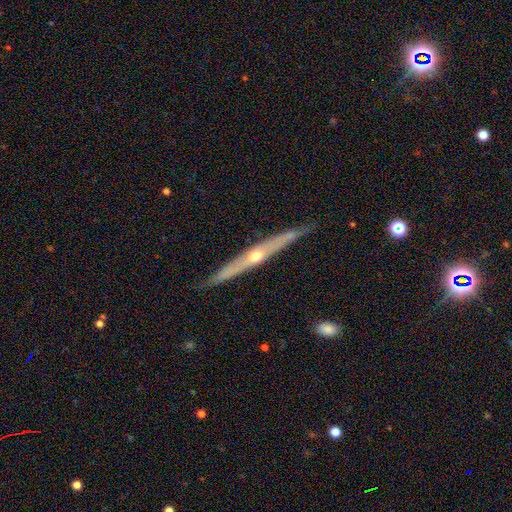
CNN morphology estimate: type=featured or disk (79%); edge-on=yes (96%); edge-on bulge=rounded (83%); merging=none (86%).